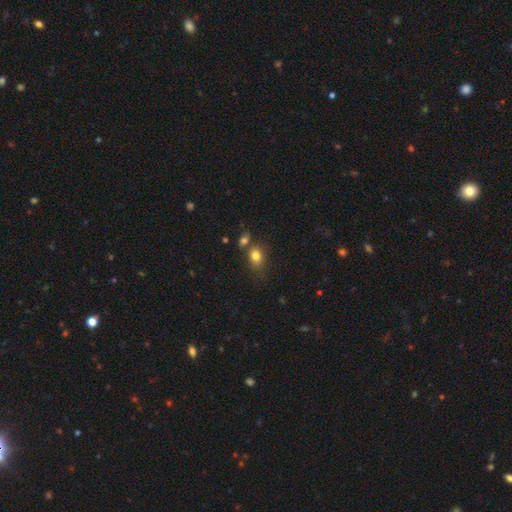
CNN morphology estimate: The model was most divided on "how rounded": in between: 63%, round: 35%, cigar-shaped: 1%. More confident: smooth or featured — smooth (80%); merging — none (56%).